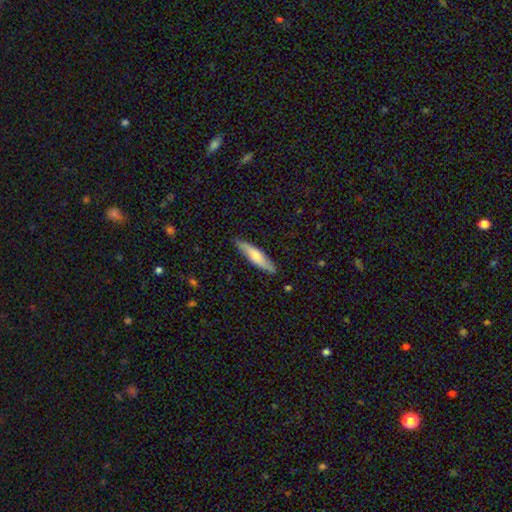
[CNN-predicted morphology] A smooth galaxy with no disk features (58%) that is cigar-shaped (81%).

Vote fractions:
- Smooth or featured? smooth: 58% / featured or disk: 36% / star or artifact: 5%
- How rounded? cigar-shaped: 81% / in between: 18% / round: 2%
- Merging? none: 87% / minor disturbance: 10% / major disturbance: 2% / merger: 1%